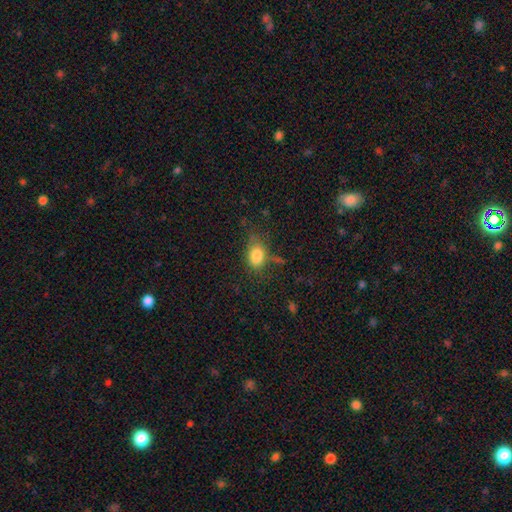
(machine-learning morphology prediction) This is clearly a smooth galaxy (81%). How rounded: likely in between (79%). Merging: possibly none (54%).